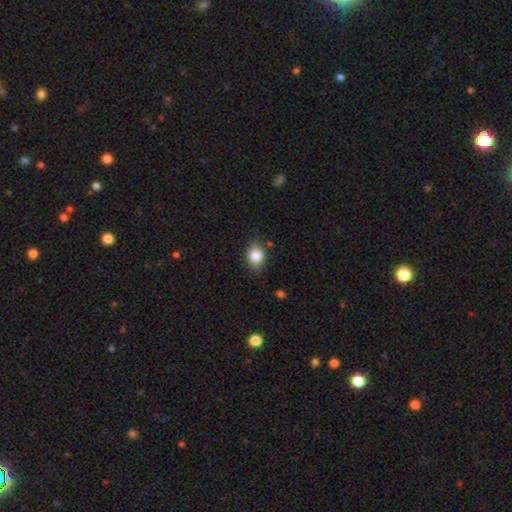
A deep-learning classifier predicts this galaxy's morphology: smooth_or_featured: smooth (p=0.83) [alt: star or artifact p=0.09]
how_rounded: round (p=0.51) [alt: in between p=0.48]
merging: none (p=0.75) [alt: minor disturbance p=0.19]